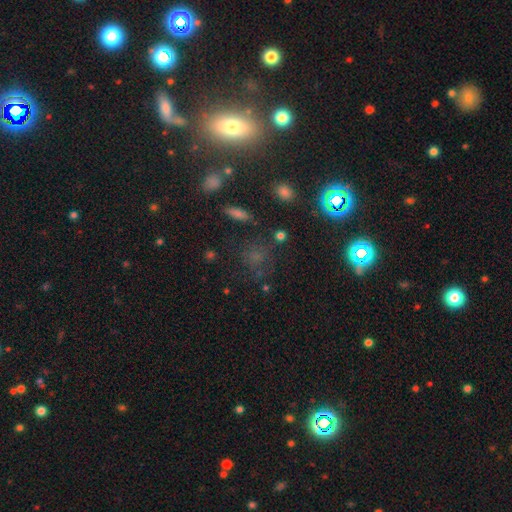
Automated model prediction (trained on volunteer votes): This appears to be a smooth galaxy with no disk features (45%). Merging: none (70%).